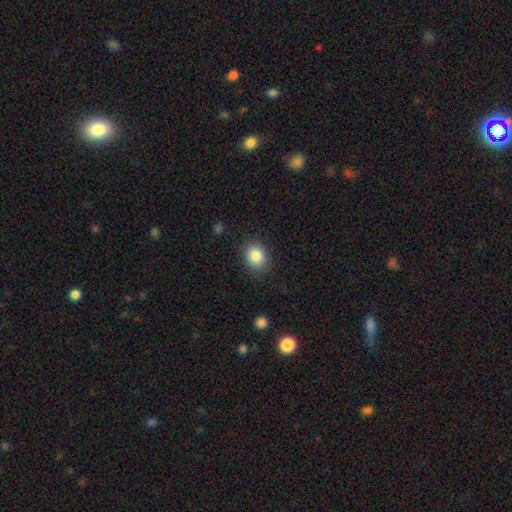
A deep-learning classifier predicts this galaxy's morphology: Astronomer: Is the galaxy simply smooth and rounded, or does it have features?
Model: smooth — 85%.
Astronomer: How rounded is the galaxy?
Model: round — 54% (runner-up: in between, 45%).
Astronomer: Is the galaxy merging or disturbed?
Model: none — 86%.